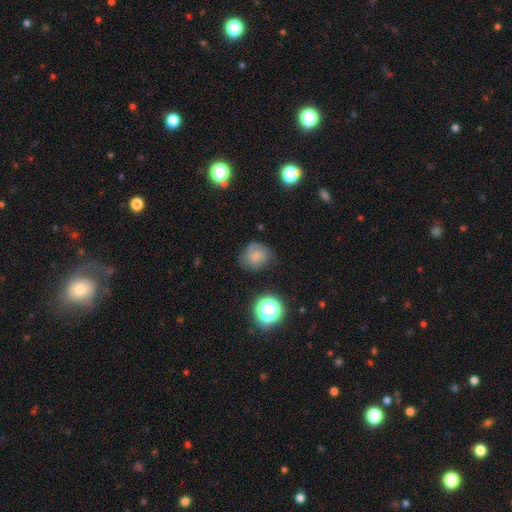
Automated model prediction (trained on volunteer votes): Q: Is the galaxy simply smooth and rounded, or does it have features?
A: smooth — 63%.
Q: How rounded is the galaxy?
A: round — 74%.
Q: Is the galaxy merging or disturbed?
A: none — 64%.